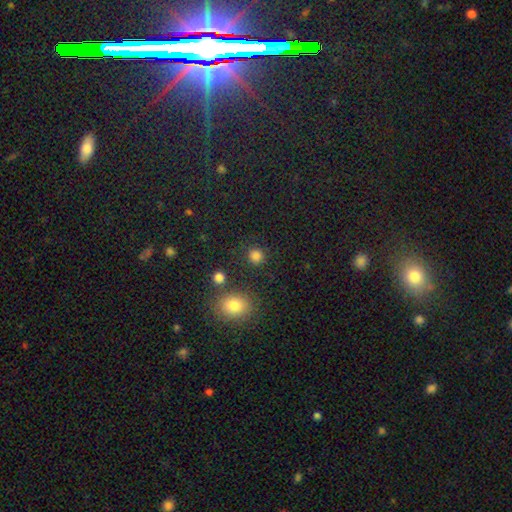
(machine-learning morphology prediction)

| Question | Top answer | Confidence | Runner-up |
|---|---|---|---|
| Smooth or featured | smooth | 83% | star or artifact (14%) |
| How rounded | round | 89% | in between (10%) |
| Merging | none | 86% | minor disturbance (7%) |